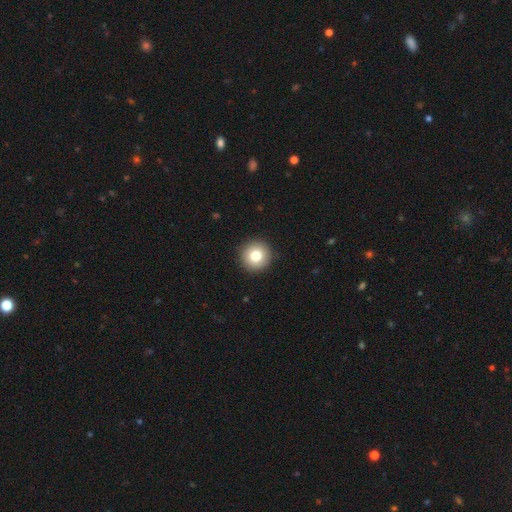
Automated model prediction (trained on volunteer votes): Smooth or featured: smooth — 80% (star or artifact — 10%)
How rounded: round — 95% (in between — 4%)
Merging: none — 92% (minor disturbance — 5%)